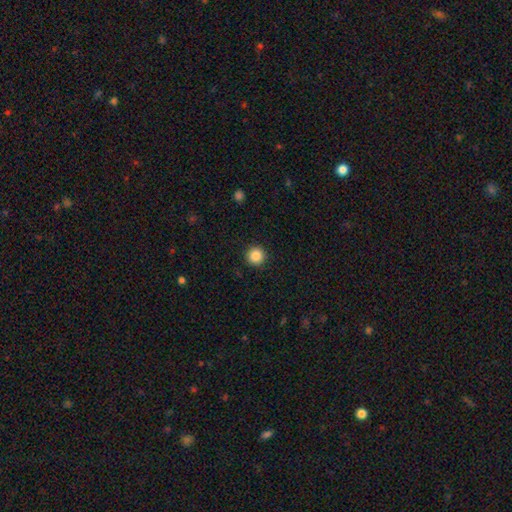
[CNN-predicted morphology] smooth-or-featured: smooth: 87% | star or artifact: 10% | featured or disk: 3%
  how-rounded: round: 96% | in between: 3% | cigar-shaped: 1%
  merging: none: 92% | minor disturbance: 5% | major disturbance: 2% | merger: 1%